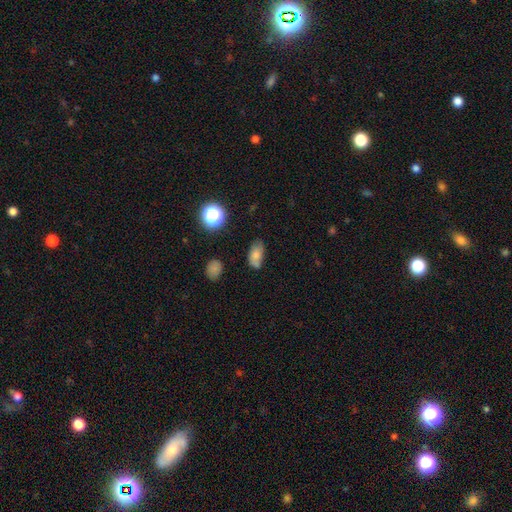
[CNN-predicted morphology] Smooth or featured? smooth (73%)
How rounded? in between (88%)
Merging? none (57%)